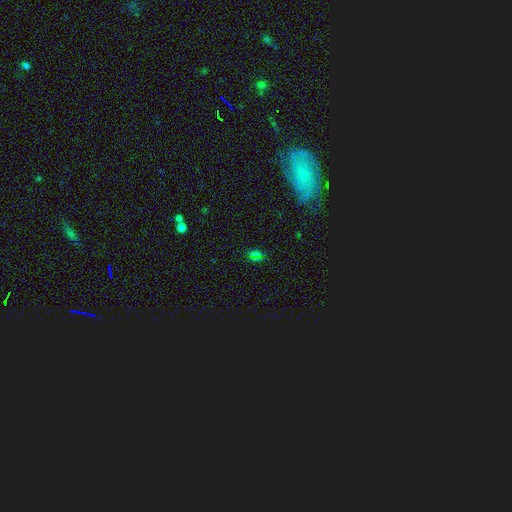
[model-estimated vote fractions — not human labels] This is possibly a smooth galaxy (46%). Merging: likely none (79%).